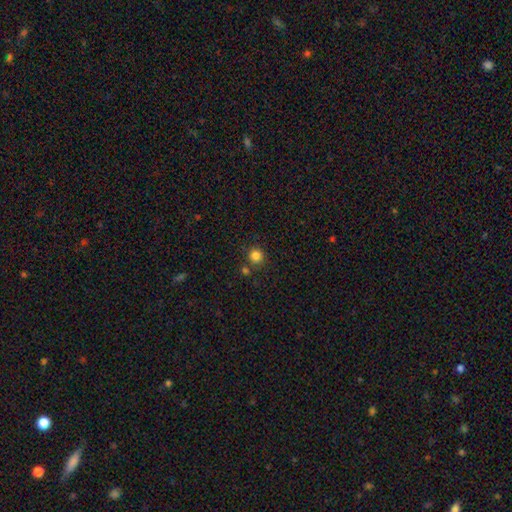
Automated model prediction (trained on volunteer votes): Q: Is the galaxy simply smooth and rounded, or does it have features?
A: smooth — 83%.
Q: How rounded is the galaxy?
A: round — 93%.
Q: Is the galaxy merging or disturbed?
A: none — 80%.